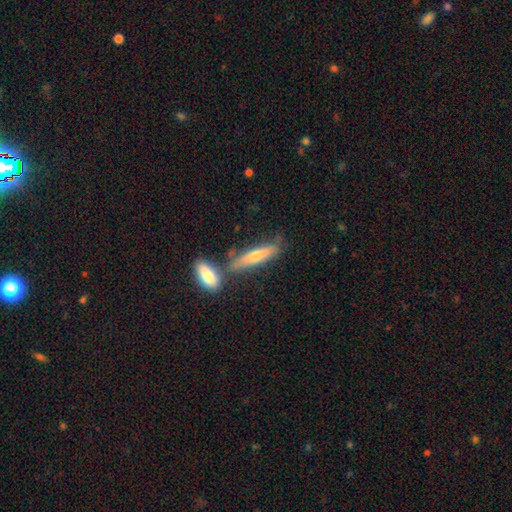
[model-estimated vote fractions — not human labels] A smooth galaxy with no disk features (49%). Merging: none (63%).